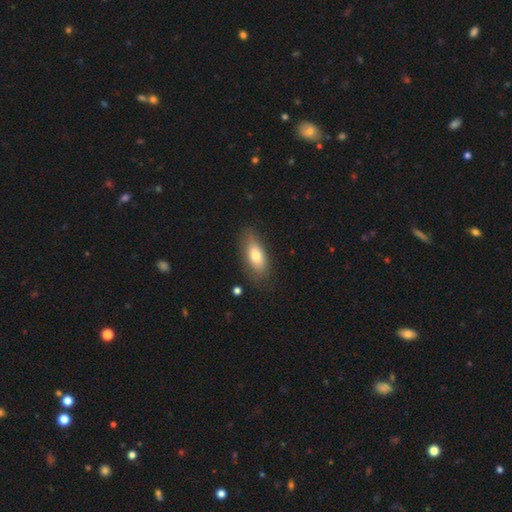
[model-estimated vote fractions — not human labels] smooth-or-featured: smooth: 72% | featured or disk: 22% | star or artifact: 7%
  how-rounded: in between: 80% | cigar-shaped: 16% | round: 4%
  merging: none: 74% | minor disturbance: 19% | major disturbance: 5% | merger: 2%